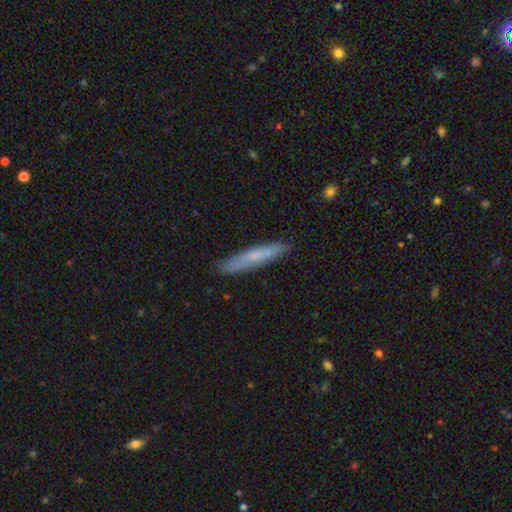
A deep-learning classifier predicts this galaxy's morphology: Smooth or featured? Predicted: smooth (p=0.63). How rounded? Predicted: cigar-shaped (p=0.93). Merging? Predicted: none (p=0.87).